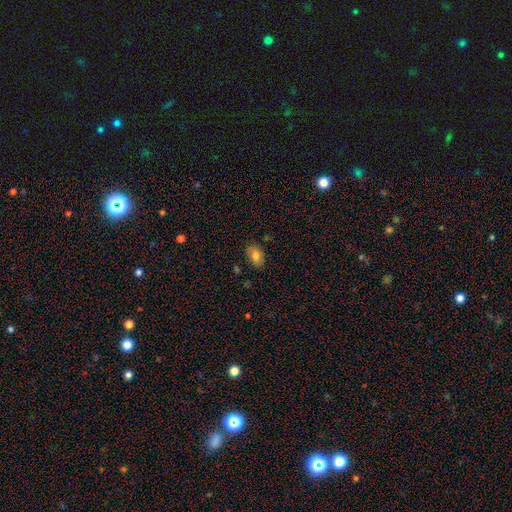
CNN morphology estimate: type=smooth (76%); roundness=in between (88%); merging=none (80%).